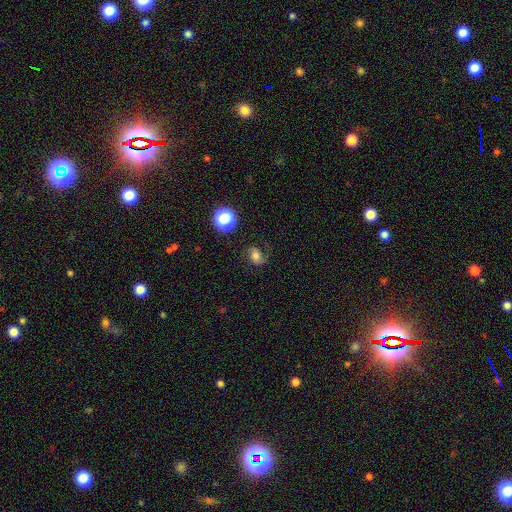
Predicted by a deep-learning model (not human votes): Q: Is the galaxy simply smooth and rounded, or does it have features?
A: smooth — 50%.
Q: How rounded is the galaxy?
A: in between — 58%.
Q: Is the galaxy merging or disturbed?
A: none — 59%.